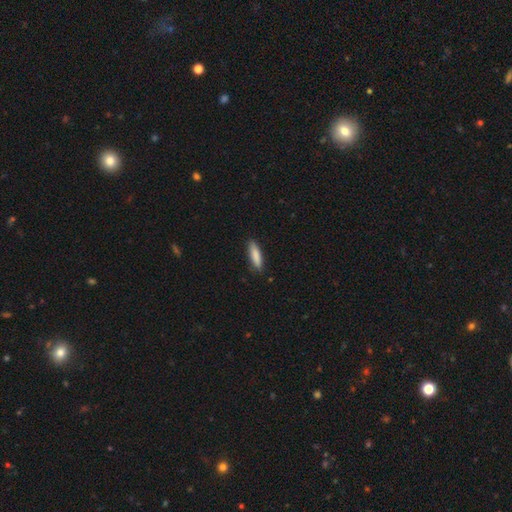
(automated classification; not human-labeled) A smooth galaxy with no disk features (86%) that is cigar-shaped (70%).

Vote fractions:
- Smooth or featured? smooth: 86% / featured or disk: 9% / star or artifact: 6%
- How rounded? cigar-shaped: 70% / in between: 28% / round: 1%
- Merging? none: 87% / minor disturbance: 10% / major disturbance: 2% / merger: 1%